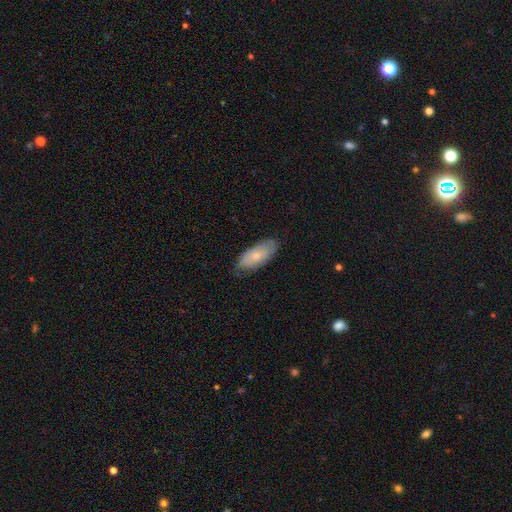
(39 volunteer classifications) A smooth galaxy with no disk features (51%) that is in between round and cigar-shaped (85%).

Vote fractions:
- Smooth or featured? smooth: 51% / featured or disk: 46% / star or artifact: 3%
- How rounded? in between: 85% / cigar-shaped: 10% / round: 5%
- Merging? none: 79% / minor disturbance: 21% / major disturbance: 0% / merger: 0%